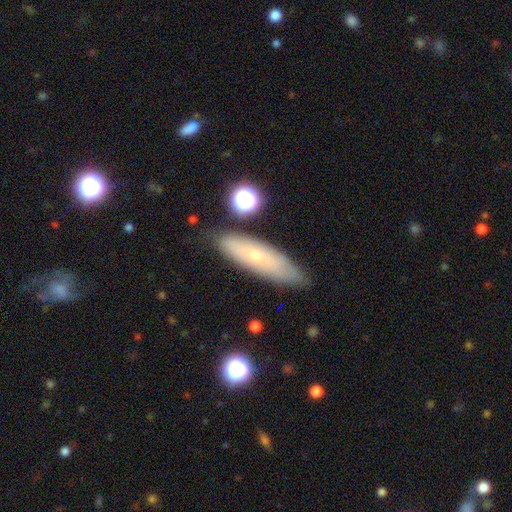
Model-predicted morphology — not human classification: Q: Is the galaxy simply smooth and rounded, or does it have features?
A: smooth — 54%.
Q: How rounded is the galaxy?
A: cigar-shaped — 62%.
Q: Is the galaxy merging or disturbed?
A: none — 79%.